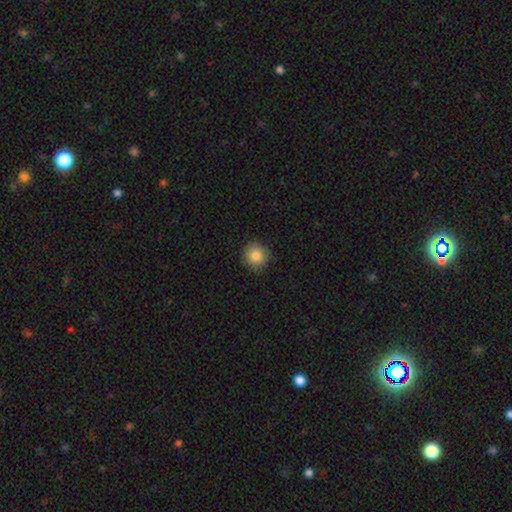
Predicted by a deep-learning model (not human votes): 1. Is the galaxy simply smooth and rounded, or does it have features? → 84% smooth, 10% star or artifact, 6% featured or disk.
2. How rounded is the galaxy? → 93% round, 6% in between, 1% cigar-shaped.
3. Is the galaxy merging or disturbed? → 90% none, 7% minor disturbance, 2% major disturbance, 1% merger.